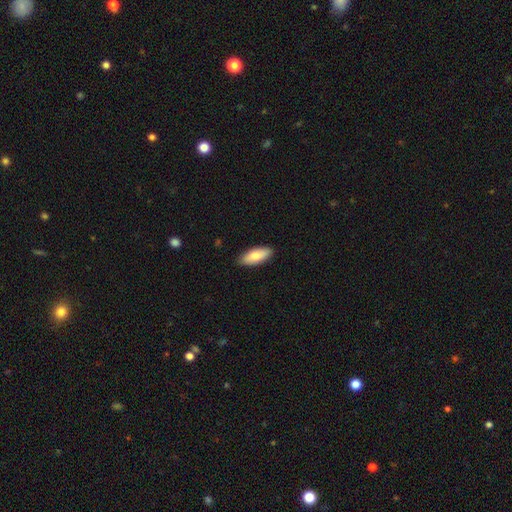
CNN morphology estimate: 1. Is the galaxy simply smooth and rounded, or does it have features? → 80% smooth, 15% featured or disk, 5% star or artifact.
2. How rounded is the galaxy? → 79% in between, 19% cigar-shaped, 2% round.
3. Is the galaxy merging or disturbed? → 87% none, 10% minor disturbance, 2% major disturbance, 1% merger.